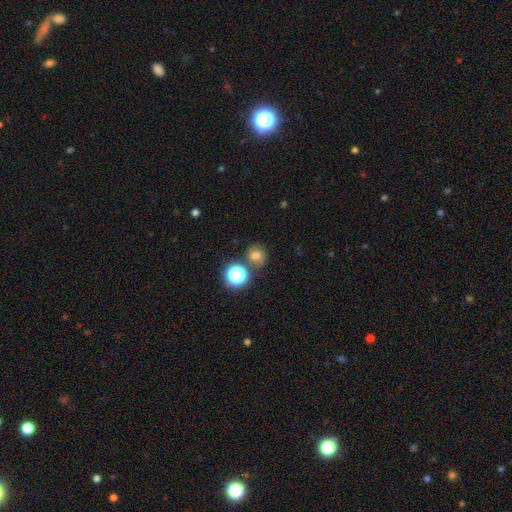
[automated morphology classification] This is likely a smooth galaxy (64%). How rounded: likely round (79%). Merging: likely none (69%).